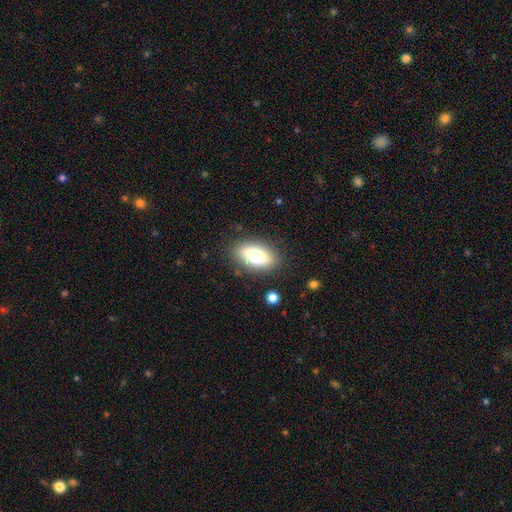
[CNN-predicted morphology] Smooth or featured? Predicted: smooth (p=0.79). How rounded? Predicted: in between (p=0.89). Merging? Predicted: none (p=0.84).